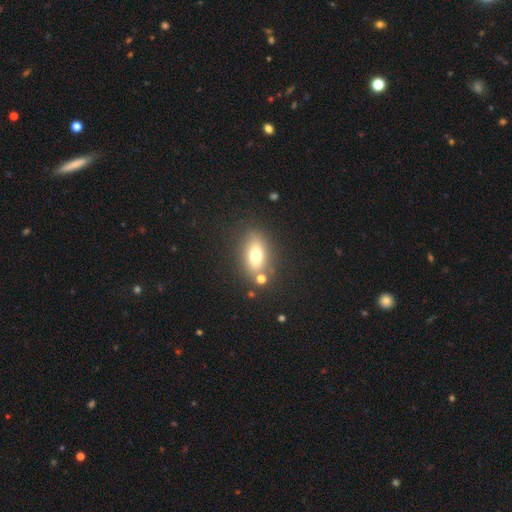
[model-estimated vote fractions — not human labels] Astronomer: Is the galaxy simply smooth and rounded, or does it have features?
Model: smooth — 73%.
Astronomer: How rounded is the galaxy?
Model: in between — 80%.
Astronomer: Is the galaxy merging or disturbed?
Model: none — 74%.